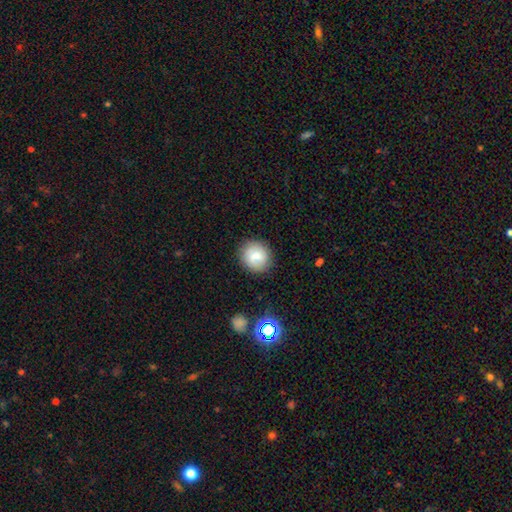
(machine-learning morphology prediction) The model was most divided on "smooth or featured": smooth: 74%, featured or disk: 16%, star or artifact: 10%. More confident: merging — none (85%); how rounded — round (83%).